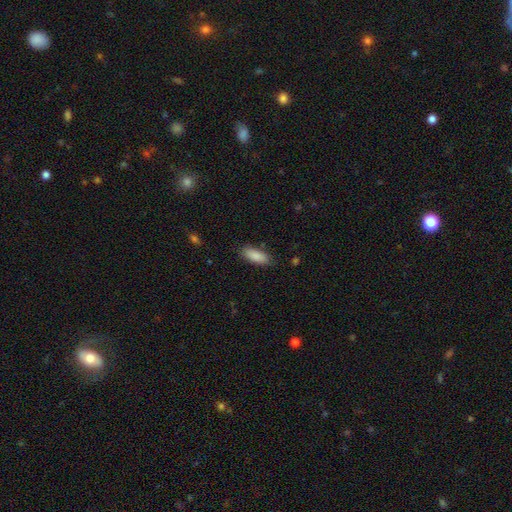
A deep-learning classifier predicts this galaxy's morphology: Smooth or featured: smooth — 88% (star or artifact — 6%)
How rounded: in between — 76% (cigar-shaped — 22%)
Merging: none — 84% (minor disturbance — 12%)